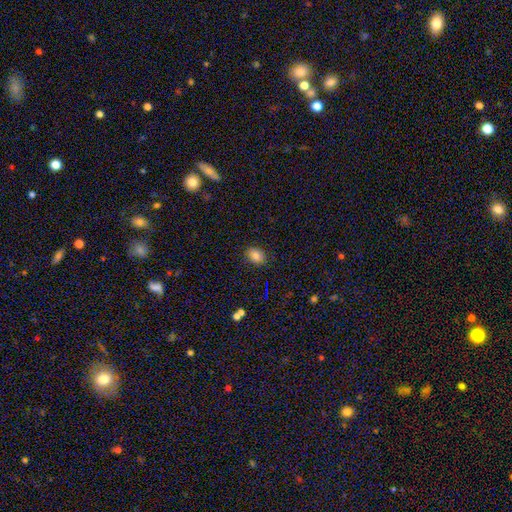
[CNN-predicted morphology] smooth-or-featured: smooth: 81% | star or artifact: 11% | featured or disk: 8%
  how-rounded: in between: 62% | round: 37% | cigar-shaped: 1%
  merging: none: 87% | minor disturbance: 9% | major disturbance: 2% | merger: 1%